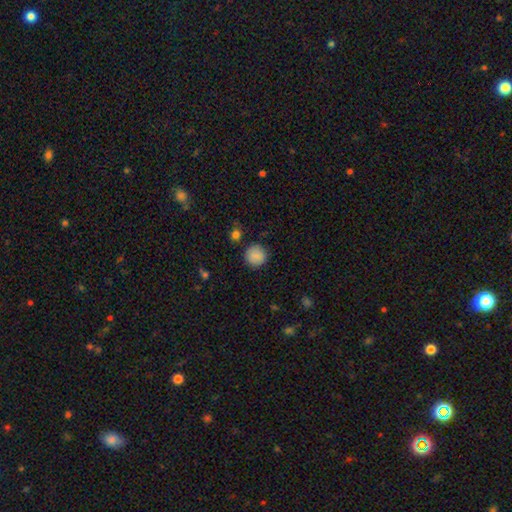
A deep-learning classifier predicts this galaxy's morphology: Overall: smooth (87%). How rounded: round (93%). Merging: none (87%).